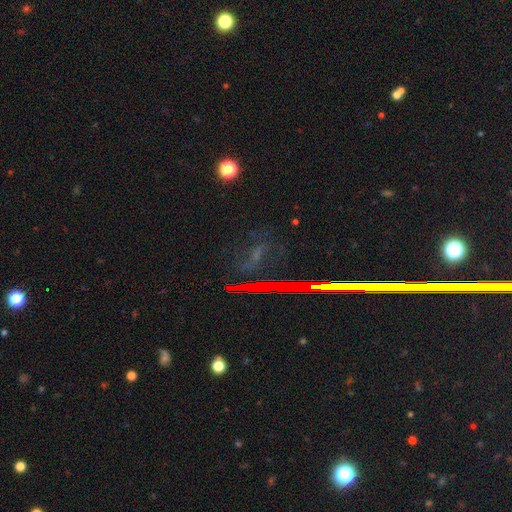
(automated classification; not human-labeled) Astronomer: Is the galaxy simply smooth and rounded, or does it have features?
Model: star or artifact — 61%.